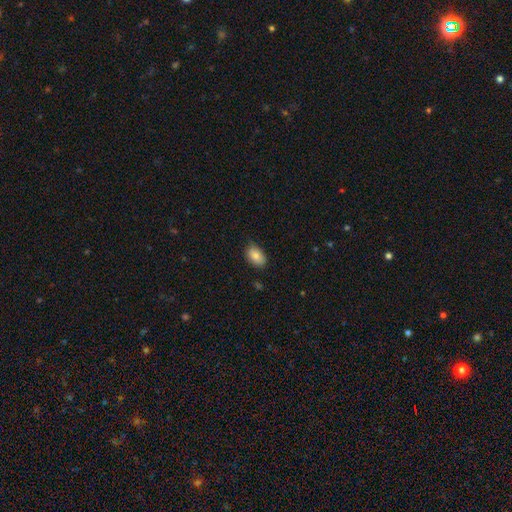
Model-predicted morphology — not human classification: smooth_or_featured: smooth (p=0.82) [alt: featured or disk p=0.10]
how_rounded: in between (p=0.88) [alt: round p=0.11]
merging: none (p=0.82) [alt: minor disturbance p=0.15]